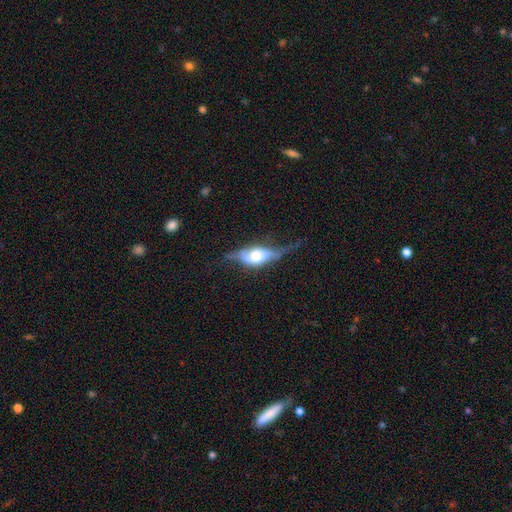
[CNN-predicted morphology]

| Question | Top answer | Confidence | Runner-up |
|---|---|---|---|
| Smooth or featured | featured or disk | 61% | smooth (32%) |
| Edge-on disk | yes | 55% | no (45%) |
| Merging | none | 35% | major disturbance (32%) |